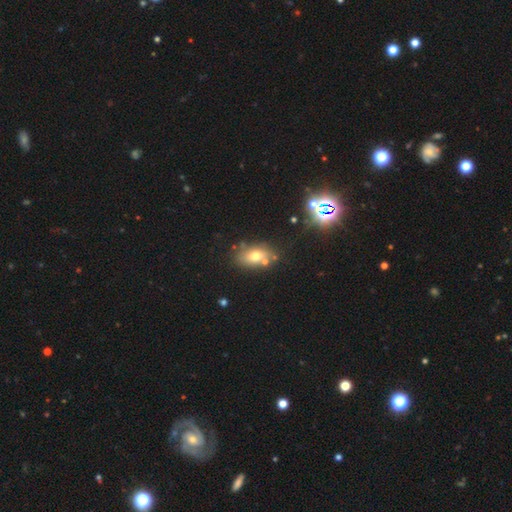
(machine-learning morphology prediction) The model was most divided on "smooth or featured": smooth: 66%, featured or disk: 20%, star or artifact: 14%. More confident: how rounded — in between (78%); merging — none (69%).